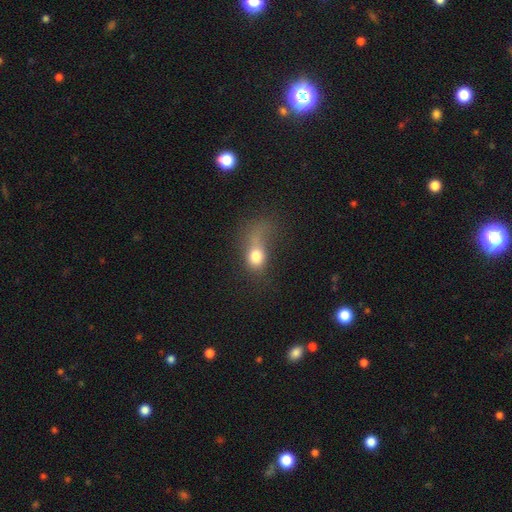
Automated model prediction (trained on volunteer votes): This appears to be a smooth galaxy with no disk features (71%) that is in between round and cigar-shaped (57%). Merging: major disturbance (54%).